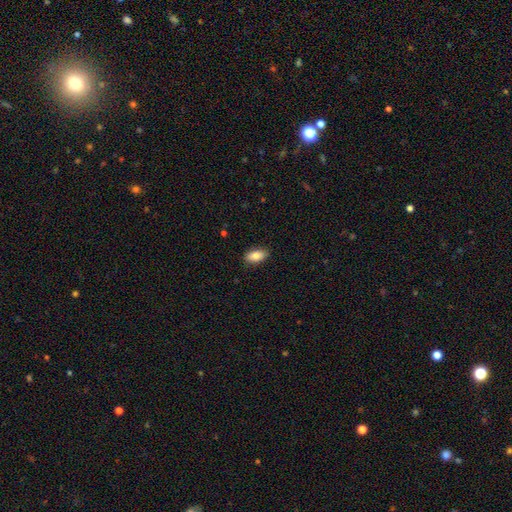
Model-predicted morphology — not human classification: Smooth or featured: smooth — 83% (featured or disk — 10%)
How rounded: in between — 91% (cigar-shaped — 5%)
Merging: none — 87% (minor disturbance — 10%)